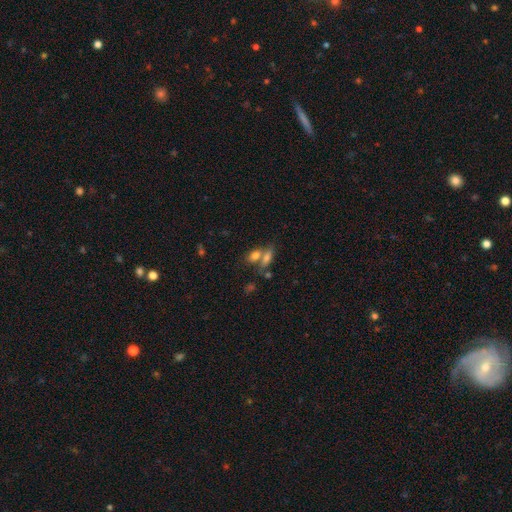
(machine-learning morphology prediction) Smooth or featured: smooth — 74% (featured or disk — 14%)
How rounded: in between — 74% (round — 15%)
Merging: merger — 45% (none — 39%)